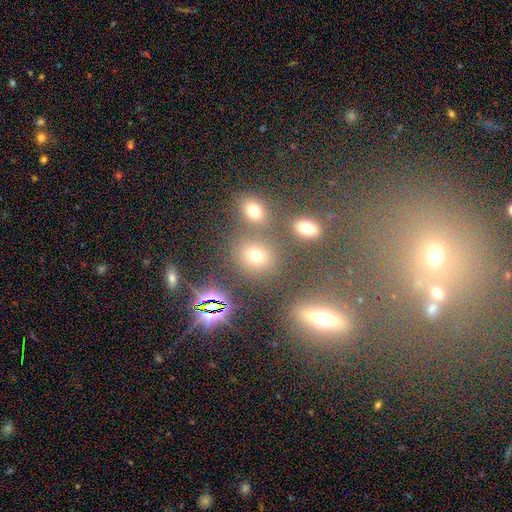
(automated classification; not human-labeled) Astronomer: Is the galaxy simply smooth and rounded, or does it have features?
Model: smooth — 63%.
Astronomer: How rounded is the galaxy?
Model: round — 76%.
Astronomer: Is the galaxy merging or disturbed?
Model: none — 68%.